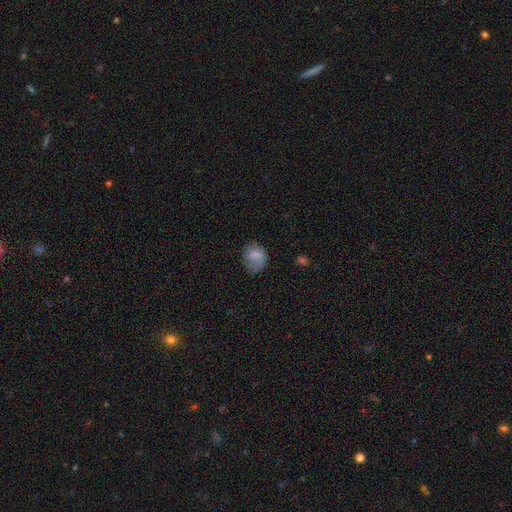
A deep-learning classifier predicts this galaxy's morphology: A smooth galaxy with no disk features (76%) that is round (52%). Merging: none (50%).